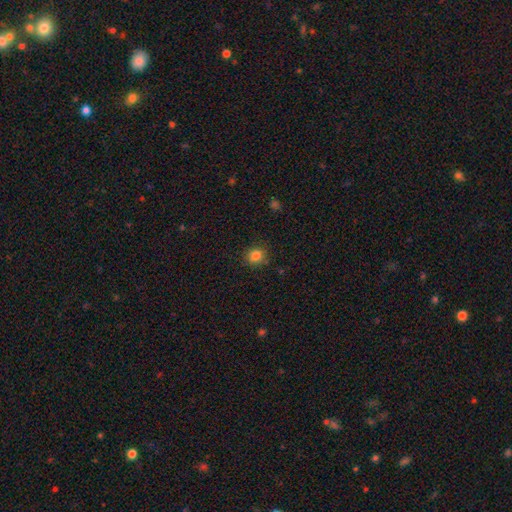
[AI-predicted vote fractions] A smooth galaxy with no disk features (83%) that is round (81%).

Vote fractions:
- Smooth or featured? smooth: 83% / star or artifact: 12% / featured or disk: 5%
- How rounded? round: 81% / in between: 18% / cigar-shaped: 1%
- Merging? none: 87% / minor disturbance: 10% / major disturbance: 2% / merger: 1%